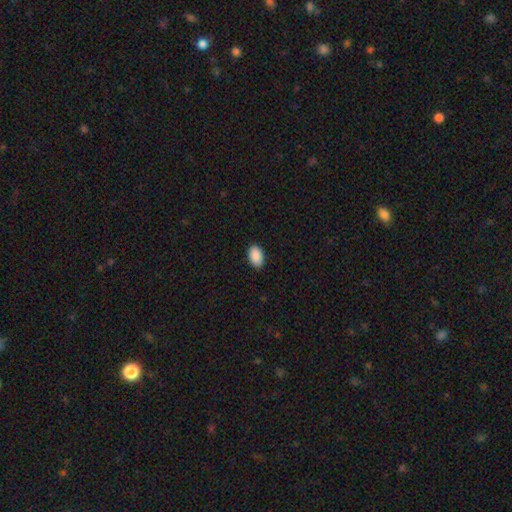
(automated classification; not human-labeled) smooth 91%, star or artifact 7%, featured or disk 2%. Down the decision tree: how rounded — in between (91%); merging — none (90%).